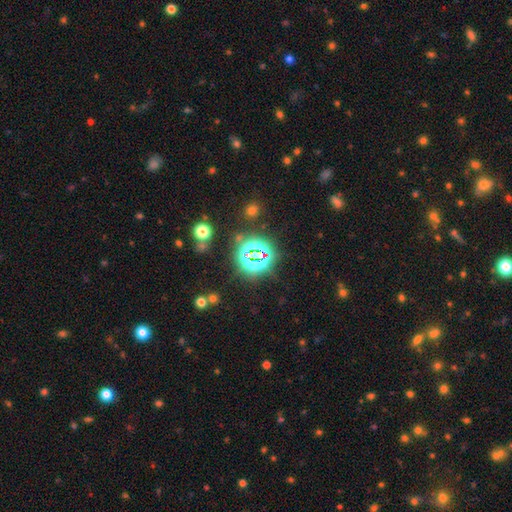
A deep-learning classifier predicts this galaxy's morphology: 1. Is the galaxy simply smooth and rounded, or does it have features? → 75% star or artifact, 16% smooth, 9% featured or disk.